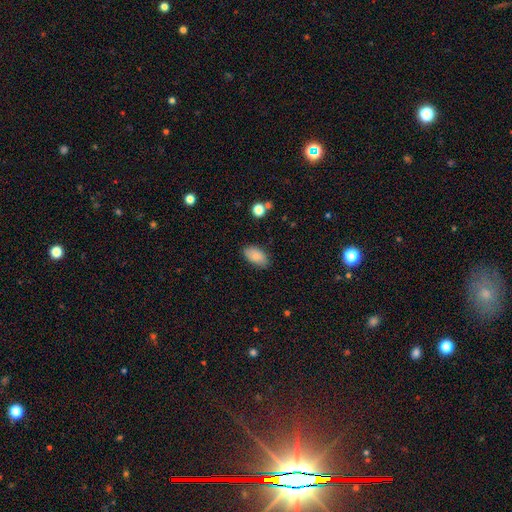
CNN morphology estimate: Q: Smooth or featured?
A: smooth (82%); runner-up: featured or disk (10%)
Q: How rounded?
A: in between (93%); runner-up: round (5%)
Q: Merging?
A: none (82%); runner-up: minor disturbance (14%)